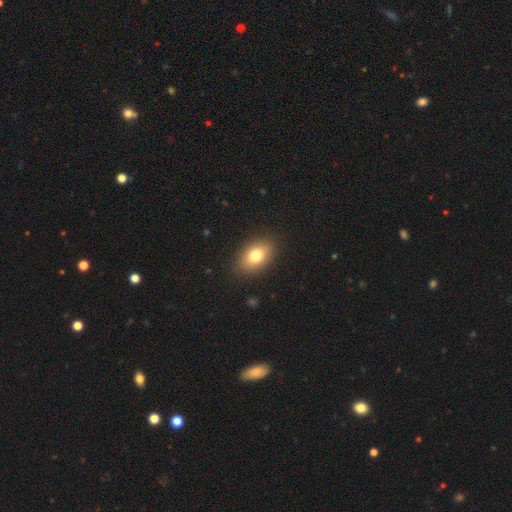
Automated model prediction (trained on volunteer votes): A smooth galaxy with no disk features (77%) that is in between round and cigar-shaped (85%). Merging: none (87%).